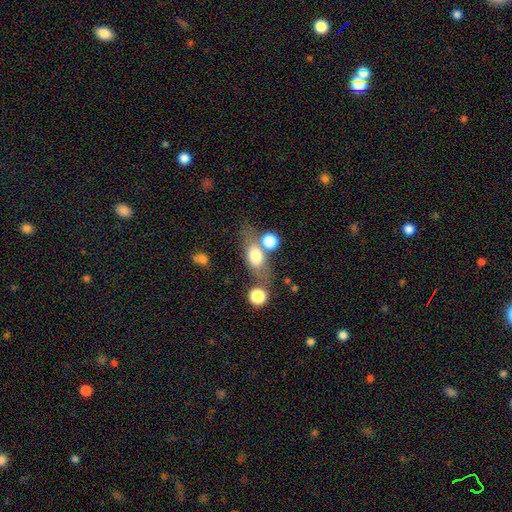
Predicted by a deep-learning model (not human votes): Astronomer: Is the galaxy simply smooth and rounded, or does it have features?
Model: smooth — 65%.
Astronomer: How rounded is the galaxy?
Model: in between — 65%.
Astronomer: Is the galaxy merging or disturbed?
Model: none — 54%.